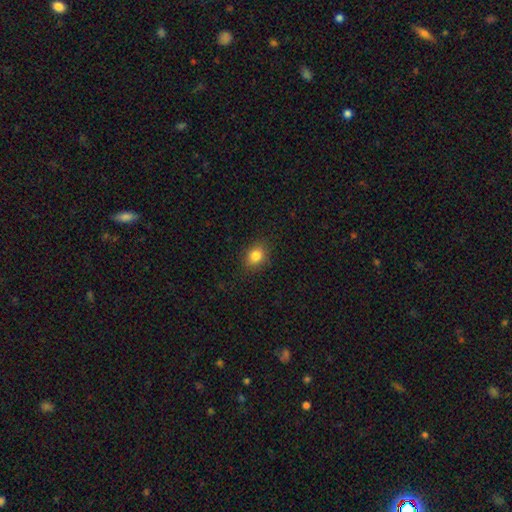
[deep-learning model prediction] smooth-or-featured: smooth: 83% | star or artifact: 11% | featured or disk: 6%
  how-rounded: round: 51% | in between: 48% | cigar-shaped: 1%
  merging: none: 86% | minor disturbance: 10% | major disturbance: 3% | merger: 1%